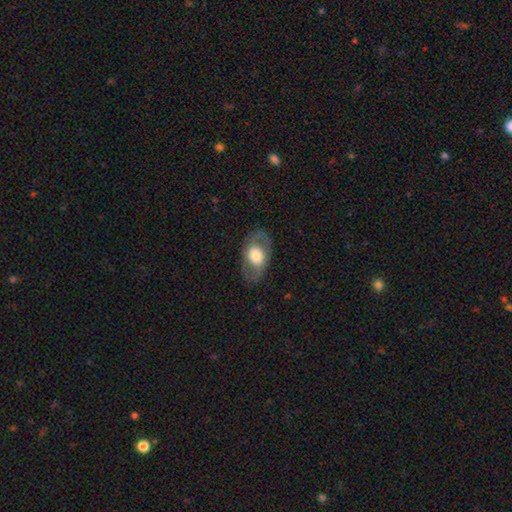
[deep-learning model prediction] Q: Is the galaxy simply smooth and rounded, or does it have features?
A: featured or disk — 48%.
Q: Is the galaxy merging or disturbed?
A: none — 78%.